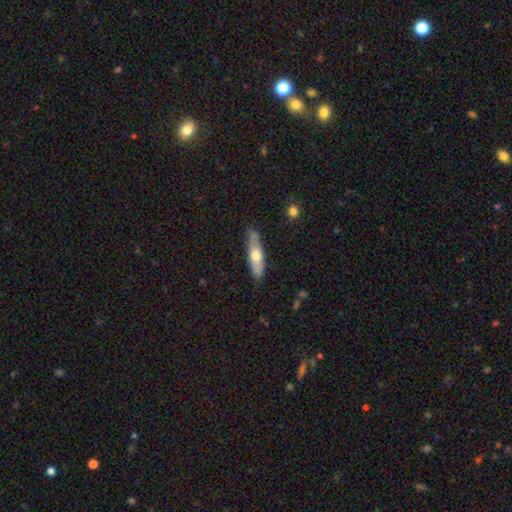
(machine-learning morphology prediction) Smooth or featured: smooth — 56% (featured or disk — 38%)
How rounded: cigar-shaped — 67% (in between — 30%)
Merging: none — 80% (minor disturbance — 15%)